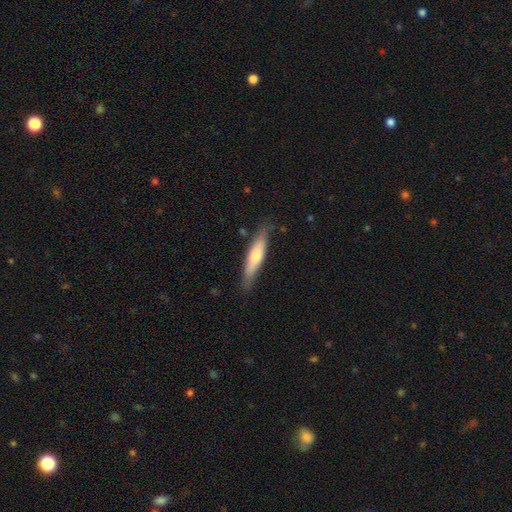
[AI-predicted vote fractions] smooth_or_featured: smooth (p=0.56) [alt: featured or disk p=0.38]
how_rounded: cigar-shaped (p=0.83) [alt: in between p=0.15]
merging: none (p=0.83) [alt: minor disturbance p=0.13]